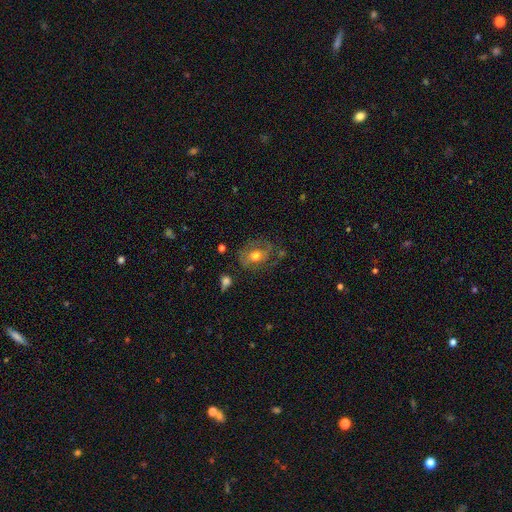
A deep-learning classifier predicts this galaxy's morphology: This is possibly a featured or disk galaxy (50%). It is clearly not viewed edge-on (94%). Merging: possibly none (53%).